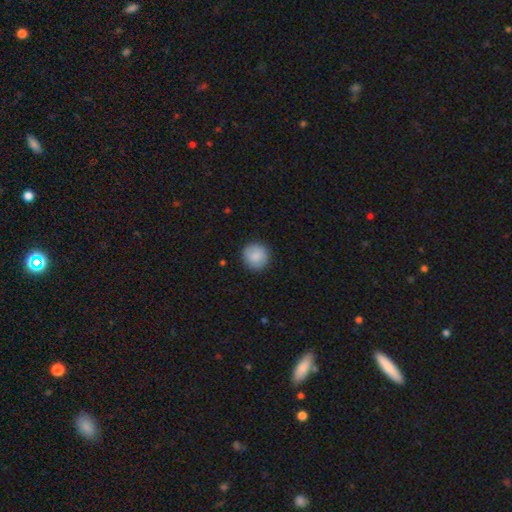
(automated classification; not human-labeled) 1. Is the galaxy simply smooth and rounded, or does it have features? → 85% smooth, 9% featured or disk, 7% star or artifact.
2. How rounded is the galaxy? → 93% round, 6% in between, 1% cigar-shaped.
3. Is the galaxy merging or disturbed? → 89% none, 8% minor disturbance, 2% major disturbance, 1% merger.